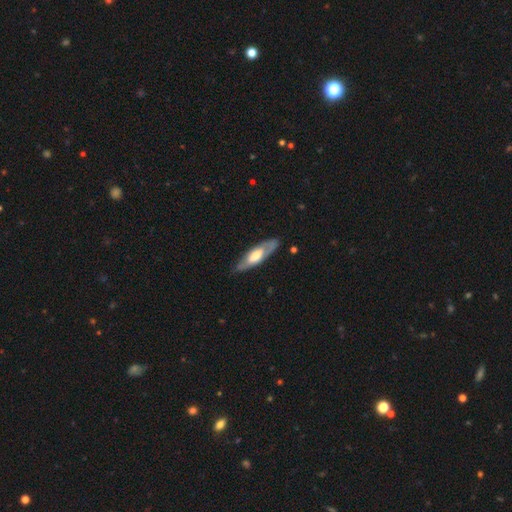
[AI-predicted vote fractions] featured or disk 55%, smooth 40%, star or artifact 5%. Down the decision tree: edge-on disk — no (55%); merging — none (78%).